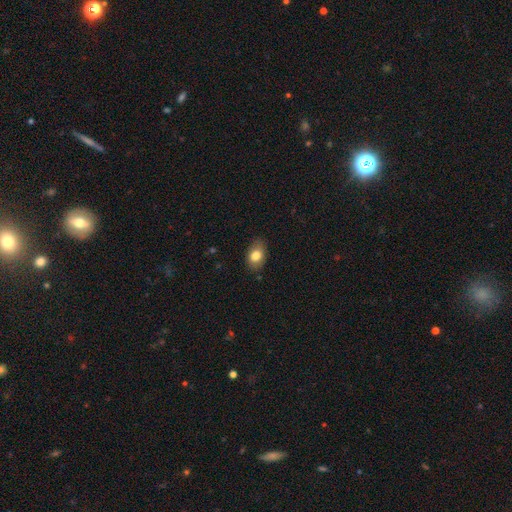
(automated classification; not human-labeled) smooth_or_featured: smooth (p=0.80) [alt: featured or disk p=0.11]
how_rounded: in between (p=0.82) [alt: round p=0.16]
merging: none (p=0.81) [alt: minor disturbance p=0.15]